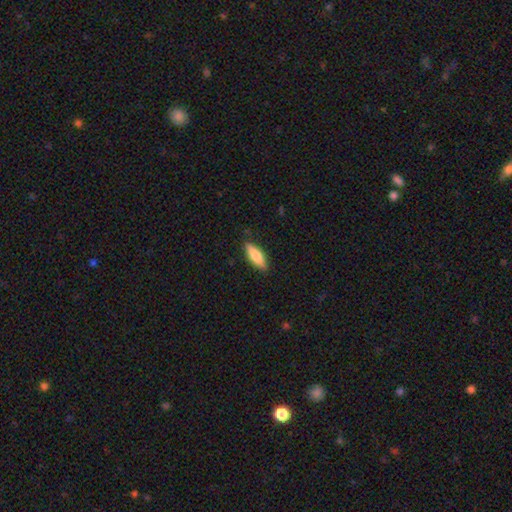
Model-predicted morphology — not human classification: Smooth or featured?
  - smooth: 77% *
  - featured or disk: 17%
  - star or artifact: 6%
How rounded?
  - in between: 57% *
  - cigar-shaped: 41%
  - round: 2%
Merging?
  - none: 86% *
  - minor disturbance: 11%
  - major disturbance: 2%
  - merger: 1%